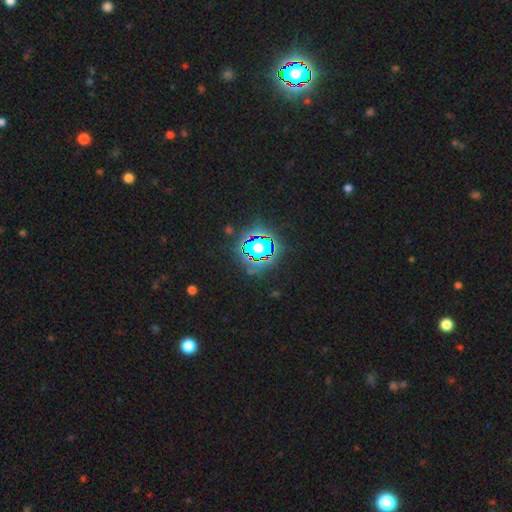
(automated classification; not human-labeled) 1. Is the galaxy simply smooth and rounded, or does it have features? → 82% star or artifact, 11% smooth, 7% featured or disk.